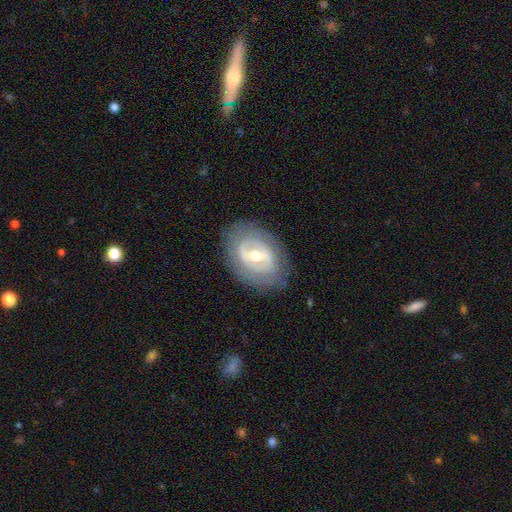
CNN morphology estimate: This is likely a featured or disk galaxy (75%). It is clearly not viewed edge-on (94%). Bar: marginally weak (42%). Spiral arm pattern: possibly yes (54%). Central bulge: likely moderate (65%). Merging: likely none (79%).